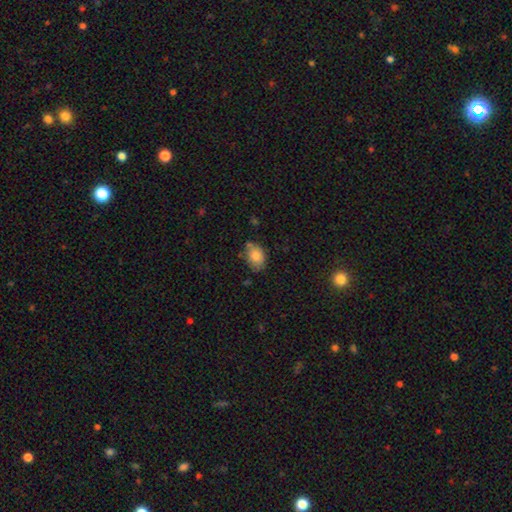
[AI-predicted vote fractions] smooth-or-featured: smooth: 82% | featured or disk: 9% | star or artifact: 8%
  how-rounded: in between: 75% | round: 24% | cigar-shaped: 1%
  merging: none: 68% | minor disturbance: 21% | merger: 6% | major disturbance: 4%